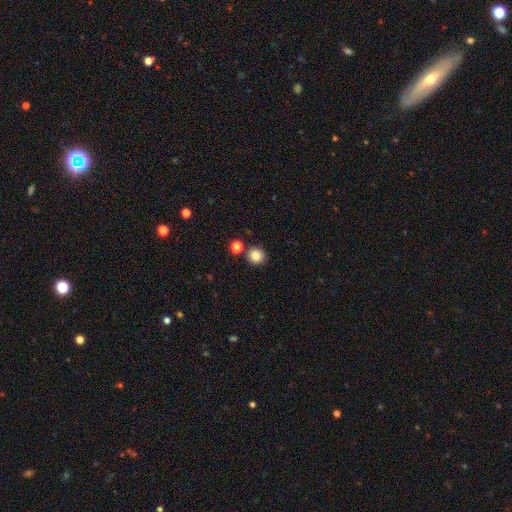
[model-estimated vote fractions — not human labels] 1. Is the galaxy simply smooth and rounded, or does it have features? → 84% smooth, 11% star or artifact, 5% featured or disk.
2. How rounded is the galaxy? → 90% round, 9% in between, 1% cigar-shaped.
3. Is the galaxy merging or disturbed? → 81% none, 9% merger, 8% minor disturbance, 2% major disturbance.